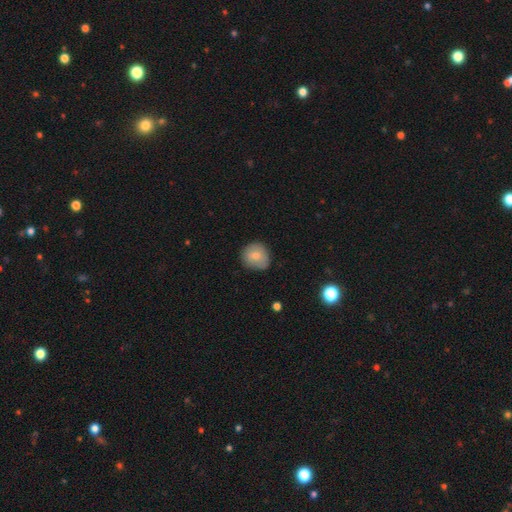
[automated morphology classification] The model was most divided on "smooth or featured": smooth: 75%, featured or disk: 17%, star or artifact: 8%. More confident: how rounded — round (87%); merging — none (79%).